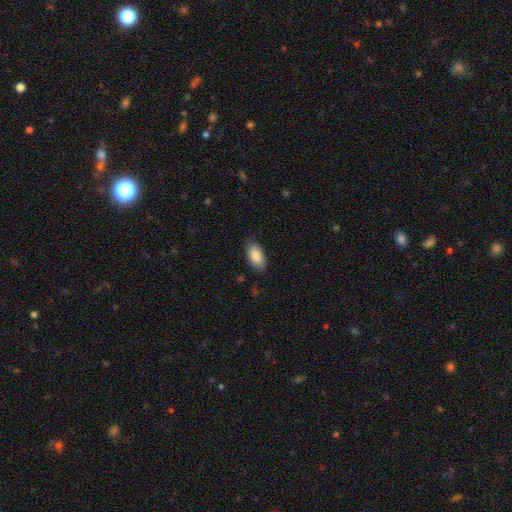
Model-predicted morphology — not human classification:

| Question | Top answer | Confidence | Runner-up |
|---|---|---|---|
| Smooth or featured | smooth | 88% | star or artifact (6%) |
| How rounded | in between | 93% | cigar-shaped (4%) |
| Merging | none | 83% | minor disturbance (14%) |